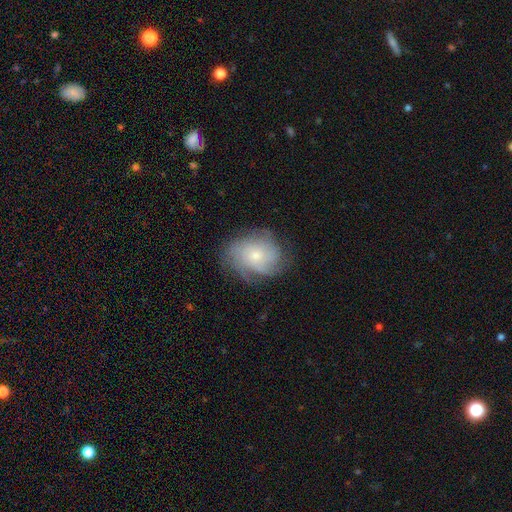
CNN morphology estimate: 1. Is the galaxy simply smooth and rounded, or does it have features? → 56% featured or disk, 35% smooth, 9% star or artifact.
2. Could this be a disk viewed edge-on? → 97% no, 3% yes.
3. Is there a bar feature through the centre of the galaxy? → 81% no, 16% weak, 2% strong.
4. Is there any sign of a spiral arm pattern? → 85% yes, 15% no.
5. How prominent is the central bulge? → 60% small, 34% moderate, 2% large, 2% none, 1% dominant.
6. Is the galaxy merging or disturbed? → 66% none, 23% minor disturbance, 10% major disturbance, 1% merger.